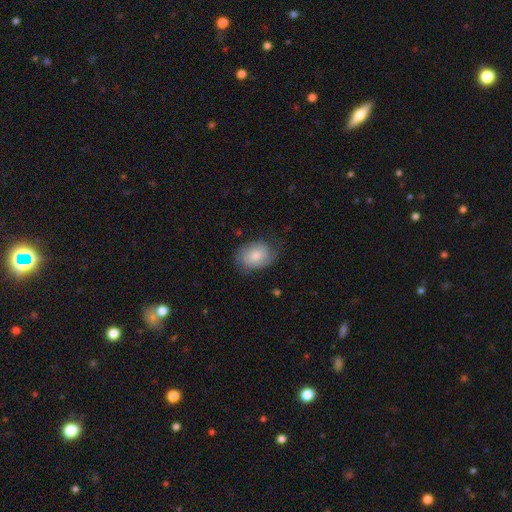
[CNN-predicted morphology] Q: Smooth or featured?
A: smooth (58%); runner-up: featured or disk (34%)
Q: How rounded?
A: in between (74%); runner-up: round (25%)
Q: Merging?
A: none (63%); runner-up: minor disturbance (26%)